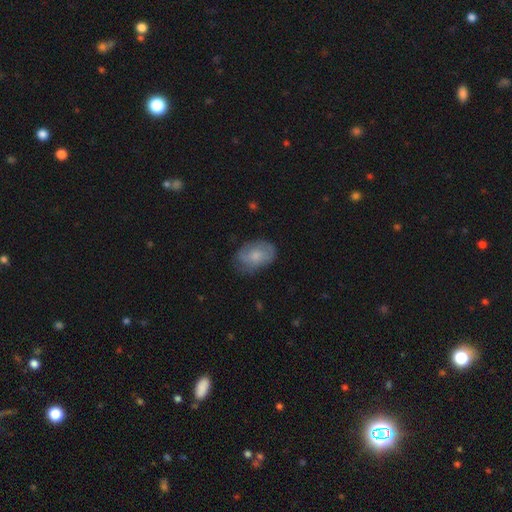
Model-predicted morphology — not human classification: Smooth or featured: smooth — 58% (featured or disk — 35%)
How rounded: in between — 84% (round — 15%)
Merging: none — 66% (minor disturbance — 25%)